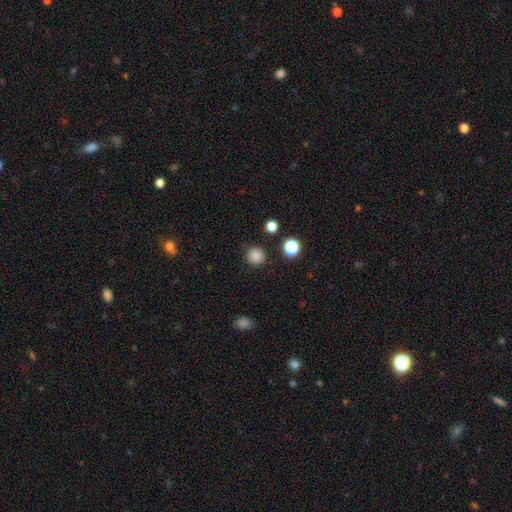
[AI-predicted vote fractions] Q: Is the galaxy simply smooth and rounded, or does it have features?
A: smooth — 84%.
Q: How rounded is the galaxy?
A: round — 94%.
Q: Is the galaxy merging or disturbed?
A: none — 87%.